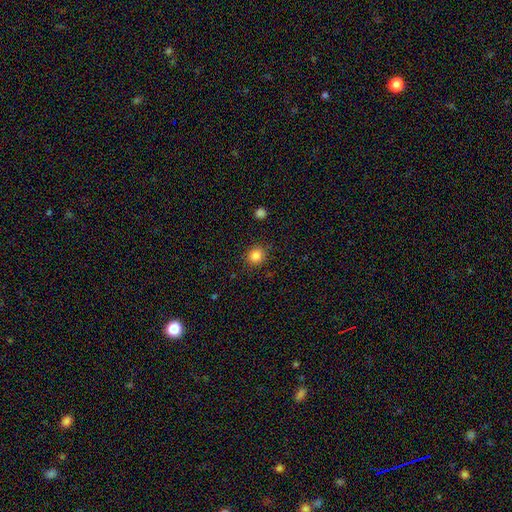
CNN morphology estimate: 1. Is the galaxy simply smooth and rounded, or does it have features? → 85% smooth, 11% star or artifact, 4% featured or disk.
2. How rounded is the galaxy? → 85% round, 14% in between, 1% cigar-shaped.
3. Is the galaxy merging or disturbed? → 87% none, 8% minor disturbance, 3% major disturbance, 2% merger.